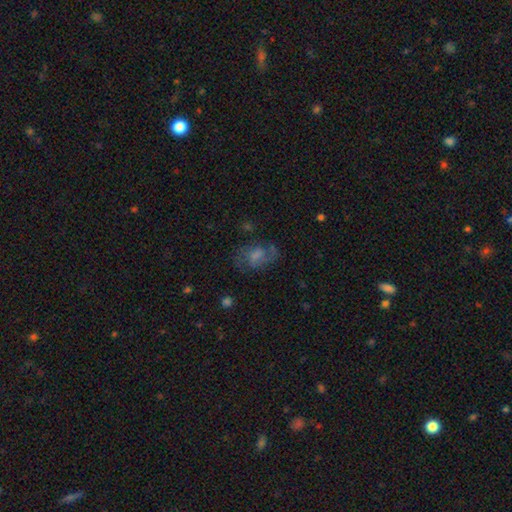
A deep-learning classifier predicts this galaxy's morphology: A featured or disk galaxy (52%). Merging: none (54%).